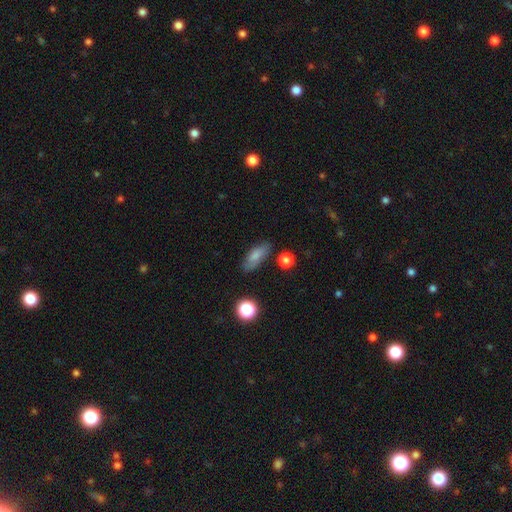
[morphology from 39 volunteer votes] type=smooth (85%); roundness=in between (91%); merging=none (64%).